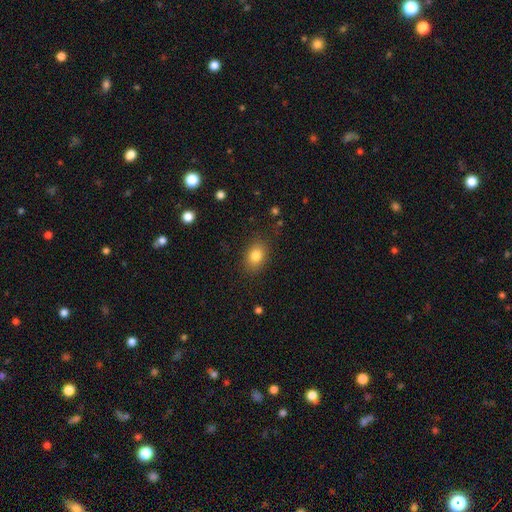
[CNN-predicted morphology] A smooth galaxy with no disk features (82%) that is in between round and cigar-shaped (73%). Merging: none (84%).